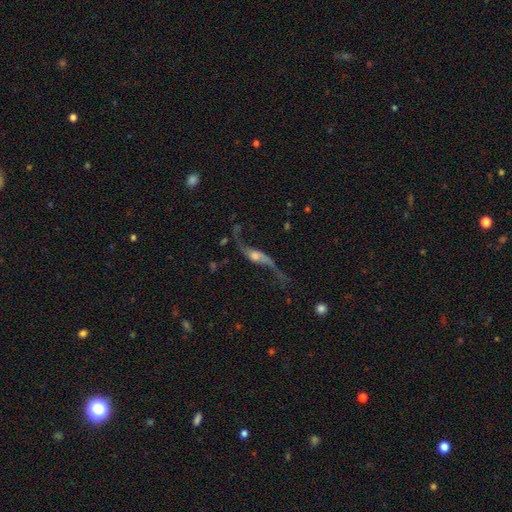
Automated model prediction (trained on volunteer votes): smooth-or-featured: featured or disk: 87% | smooth: 7% | star or artifact: 7%
  disk-edge-on: no: 84% | yes: 16%
    bar: no: 56% | weak: 30% | strong: 14%
    has-spiral-arms: yes: 95% | no: 5%
      spiral-winding: loose: 95% | medium: 3% | tight: 2%
      spiral-arm-count: 2: 93% | 1: 2% | can't tell: 1% | 3: 1% | 4: 1% | more than 4: 1%
    bulge-size: moderate: 47% | small: 33% | large: 10% | none: 7% | dominant: 3%
  merging: none: 63% | minor disturbance: 17% | major disturbance: 16% | merger: 5%